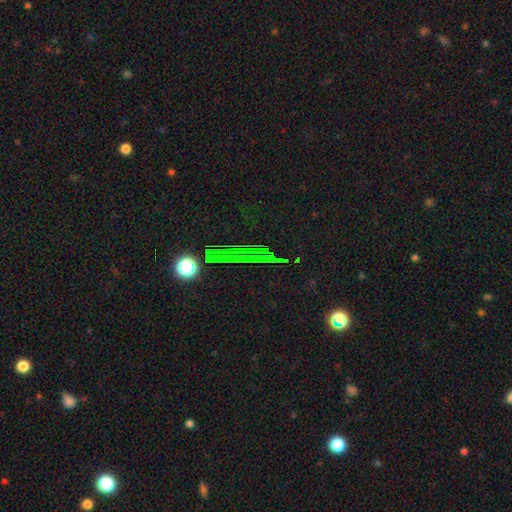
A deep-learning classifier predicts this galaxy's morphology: star or artifact 70%, smooth 17%, featured or disk 13%.